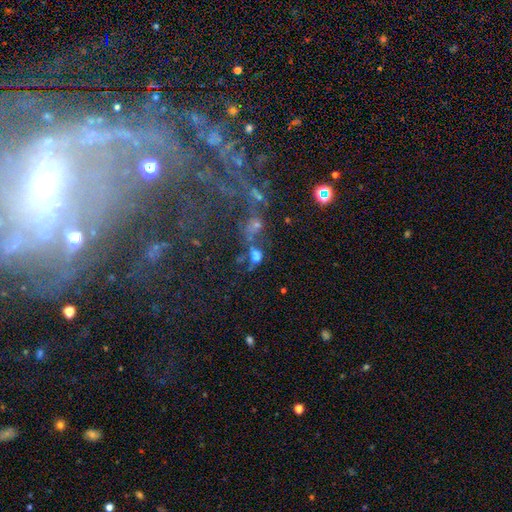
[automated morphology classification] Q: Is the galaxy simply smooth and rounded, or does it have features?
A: smooth — 50%.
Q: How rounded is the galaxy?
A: in between — 61%.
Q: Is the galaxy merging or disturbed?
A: merger — 35%.